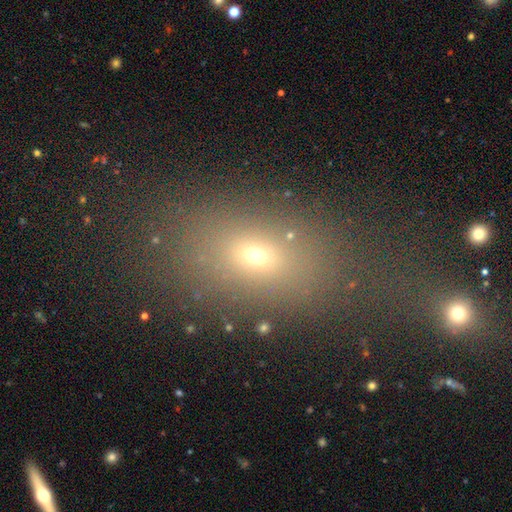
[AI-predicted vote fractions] Smooth or featured?
  - smooth: 61% *
  - star or artifact: 23%
  - featured or disk: 15%
How rounded?
  - in between: 73% *
  - round: 22%
  - cigar-shaped: 5%
Merging?
  - none: 63% *
  - merger: 16%
  - minor disturbance: 12%
  - major disturbance: 10%